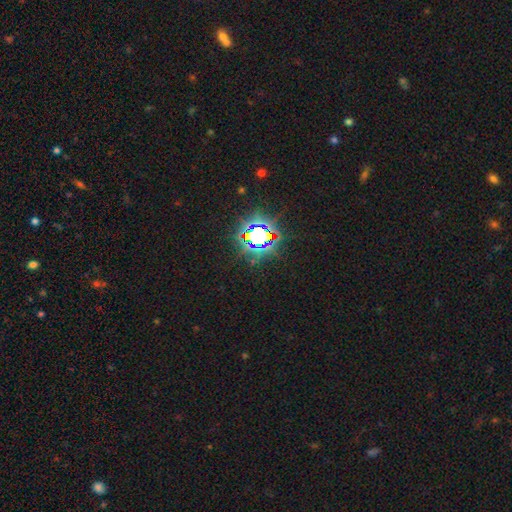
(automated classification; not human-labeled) A star or artifact, not a galaxy (80%).